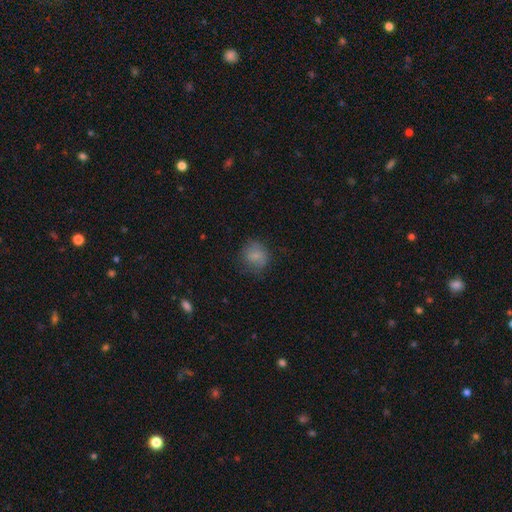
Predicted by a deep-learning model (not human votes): Morphology: type=smooth (77%); roundness=round (77%); merging=none (69%).